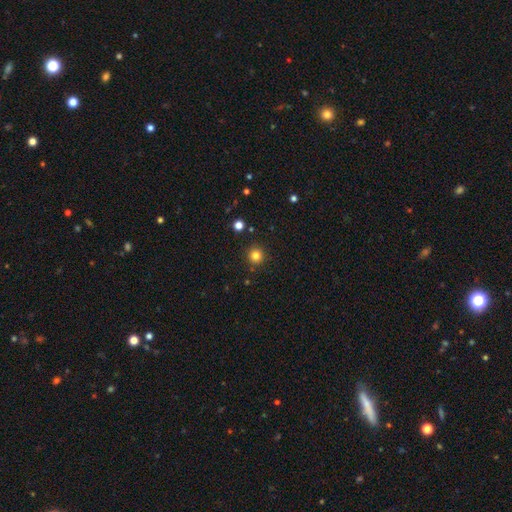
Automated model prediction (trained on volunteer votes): smooth-or-featured: smooth: 82% | star or artifact: 13% | featured or disk: 5%
  how-rounded: round: 95% | in between: 4% | cigar-shaped: 1%
  merging: none: 91% | minor disturbance: 5% | merger: 2% | major disturbance: 2%